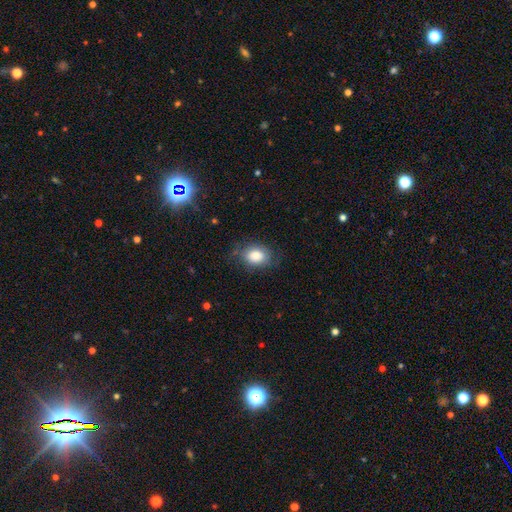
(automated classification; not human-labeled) Smooth or featured: smooth — 82% (featured or disk — 10%)
How rounded: in between — 69% (round — 30%)
Merging: none — 71% (minor disturbance — 21%)